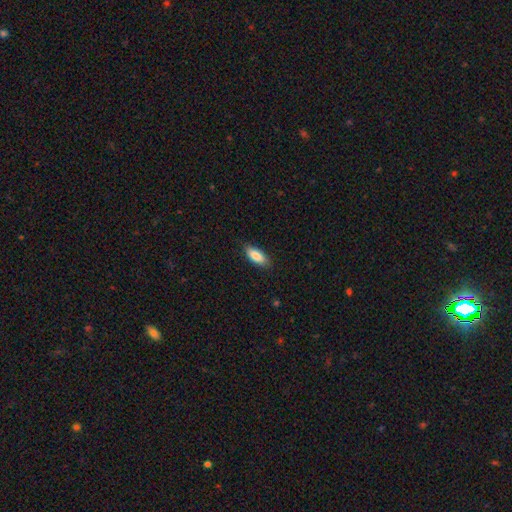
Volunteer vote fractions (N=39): Volunteers were most divided on "merging": none: 85%, minor disturbance: 13%, major disturbance: 3%, merger: 0%. More confident: how rounded — in between (94%); smooth or featured — smooth (90%).